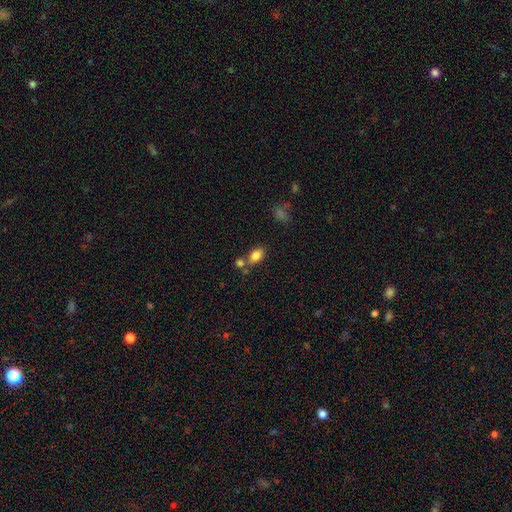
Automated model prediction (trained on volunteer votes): smooth-or-featured: smooth: 83% | star or artifact: 10% | featured or disk: 7%
  how-rounded: in between: 83% | round: 15% | cigar-shaped: 2%
  merging: none: 56% | merger: 28% | minor disturbance: 12% | major disturbance: 4%